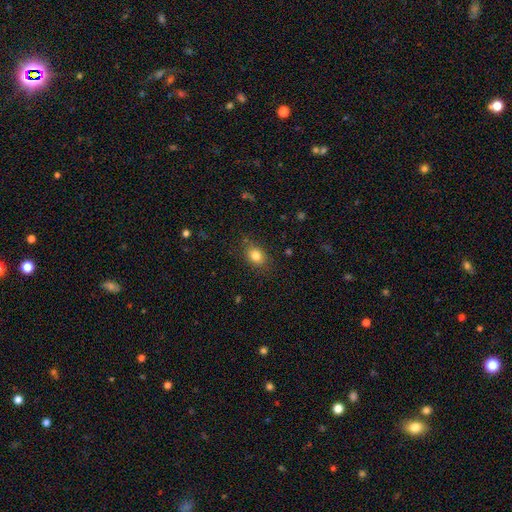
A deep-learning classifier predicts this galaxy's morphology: smooth-or-featured: smooth: 82% | star or artifact: 11% | featured or disk: 7%
  how-rounded: in between: 63% | round: 36% | cigar-shaped: 1%
  merging: none: 82% | minor disturbance: 12% | major disturbance: 4% | merger: 2%